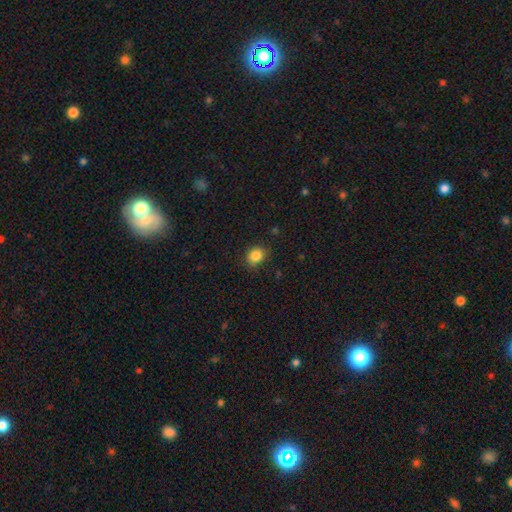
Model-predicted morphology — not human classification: Smooth or featured: smooth — 85% (star or artifact — 10%)
How rounded: round — 57% (in between — 42%)
Merging: none — 83% (minor disturbance — 13%)